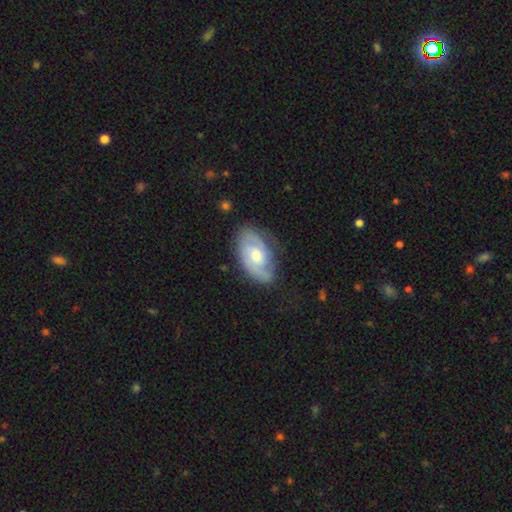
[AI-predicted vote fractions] Morphology: type=featured or disk (70%); edge-on=no (94%); bar=no (64%); spiral arms=yes (87%); winding=tight (47%); arm count=2 (64%); bulge=moderate (68%); merging=none (74%).